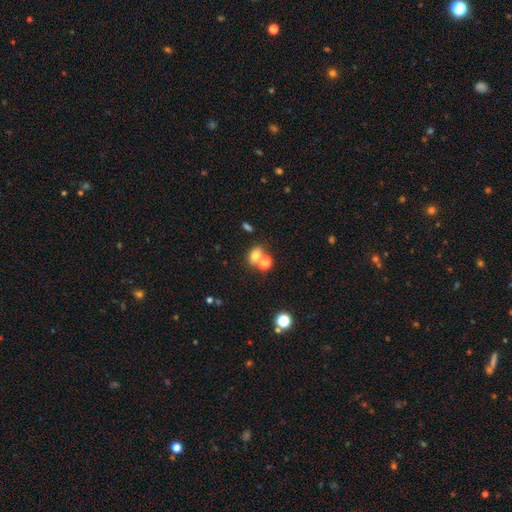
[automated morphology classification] The model was most divided on "merging": none: 49%, merger: 36%, minor disturbance: 10%, major disturbance: 5%. More confident: smooth or featured — smooth (73%); how rounded — in between (62%).